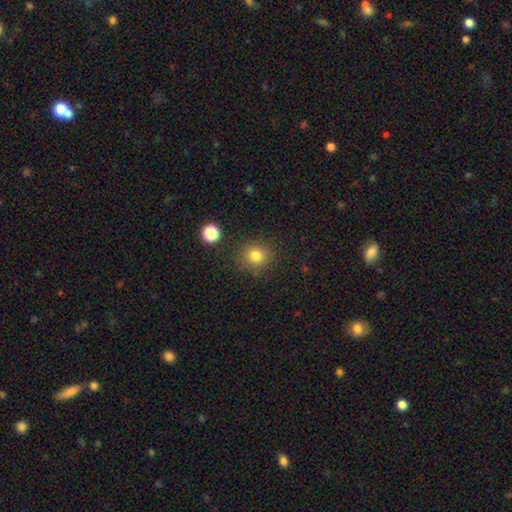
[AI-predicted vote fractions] smooth-or-featured: smooth: 81% | star or artifact: 13% | featured or disk: 6%
  how-rounded: round: 90% | in between: 9% | cigar-shaped: 1%
  merging: none: 86% | minor disturbance: 8% | major disturbance: 3% | merger: 3%